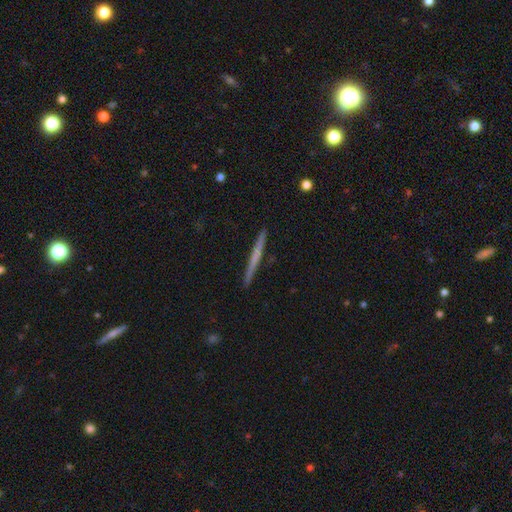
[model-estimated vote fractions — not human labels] Smooth or featured?
  - featured or disk: 49% *
  - smooth: 46%
  - star or artifact: 5%
Merging?
  - none: 92% *
  - minor disturbance: 5%
  - major disturbance: 1%
  - merger: 1%